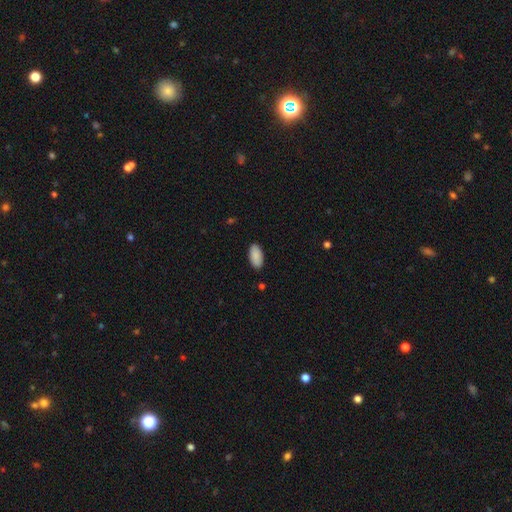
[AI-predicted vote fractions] A smooth galaxy with no disk features (90%) that is in between round and cigar-shaped (95%).

Vote fractions:
- Smooth or featured? smooth: 90% / star or artifact: 6% / featured or disk: 4%
- How rounded? in between: 95% / cigar-shaped: 3% / round: 2%
- Merging? none: 88% / minor disturbance: 9% / major disturbance: 2% / merger: 1%